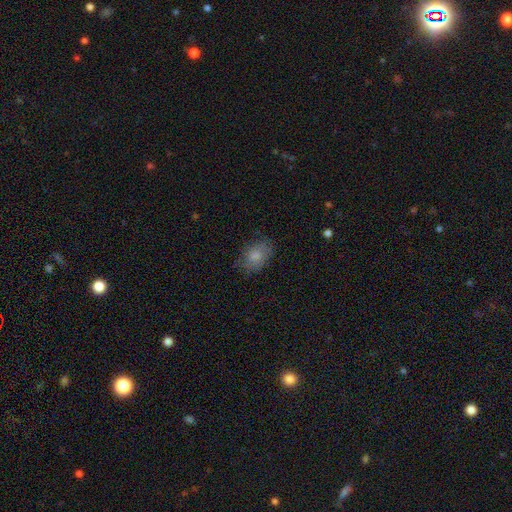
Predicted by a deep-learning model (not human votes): smooth 82%, featured or disk 10%, star or artifact 8%. Down the decision tree: how rounded — in between (82%); merging — none (74%).